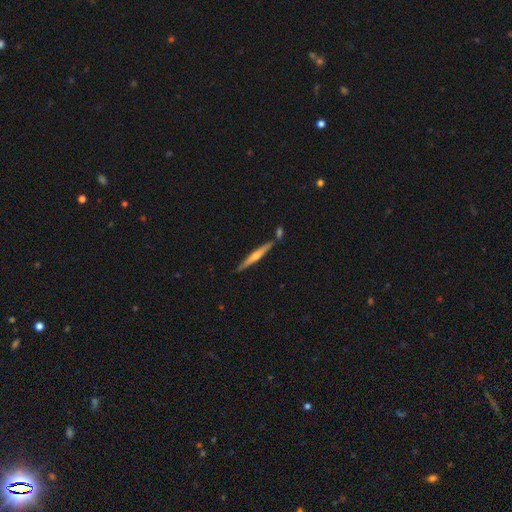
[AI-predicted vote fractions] smooth_or_featured: featured or disk (p=0.70) [alt: smooth p=0.24]
disk_edge_on: yes (p=0.98) [alt: no p=0.02]
edge_on_bulge: rounded (p=0.82) [alt: none p=0.14]
merging: none (p=0.83) [alt: minor disturbance p=0.08]